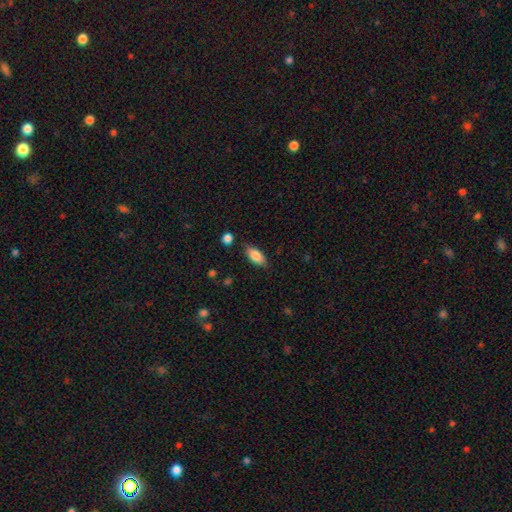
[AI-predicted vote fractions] Smooth or featured? Predicted: smooth (p=0.83). How rounded? Predicted: in between (p=0.87). Merging? Predicted: none (p=0.79).